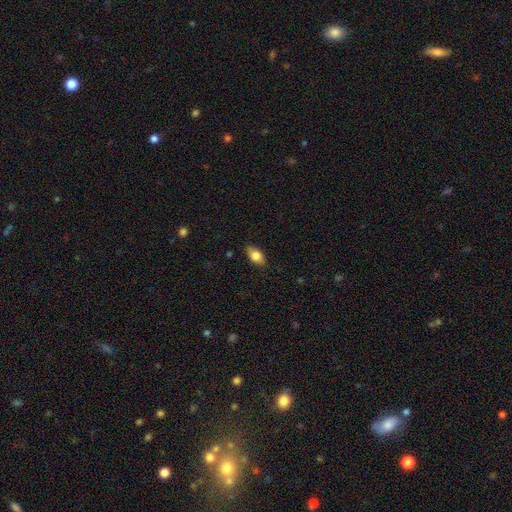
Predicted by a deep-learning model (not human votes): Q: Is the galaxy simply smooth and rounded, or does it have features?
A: smooth — 81%.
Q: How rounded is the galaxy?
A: in between — 89%.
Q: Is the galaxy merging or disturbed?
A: none — 86%.